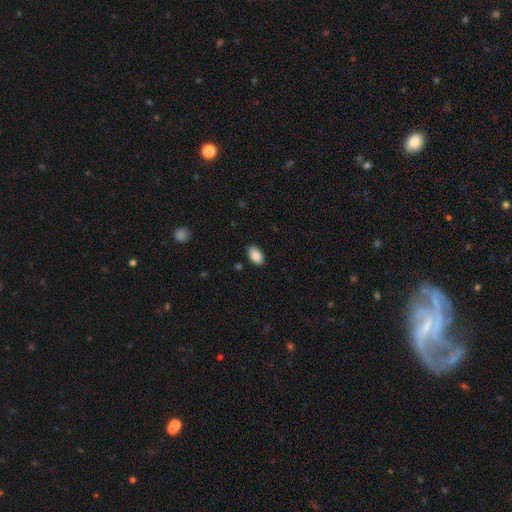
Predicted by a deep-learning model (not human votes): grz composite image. It shows a smooth galaxy with no disk features (88%) that is in between round and cigar-shaped (93%). Merging: none (88%).